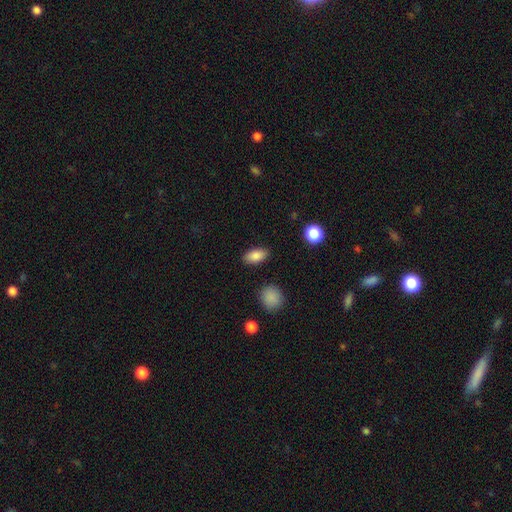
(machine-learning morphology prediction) smooth-or-featured: smooth: 85% | star or artifact: 8% | featured or disk: 7%
  how-rounded: in between: 89% | cigar-shaped: 6% | round: 5%
  merging: none: 87% | minor disturbance: 8% | major disturbance: 2% | merger: 2%